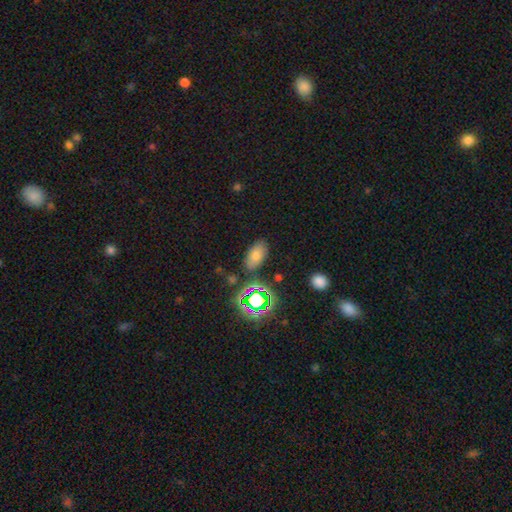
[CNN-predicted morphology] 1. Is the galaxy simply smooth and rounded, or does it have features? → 63% smooth, 26% star or artifact, 11% featured or disk.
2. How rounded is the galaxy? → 88% in between, 9% round, 3% cigar-shaped.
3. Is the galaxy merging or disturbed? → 80% none, 12% minor disturbance, 4% merger, 4% major disturbance.